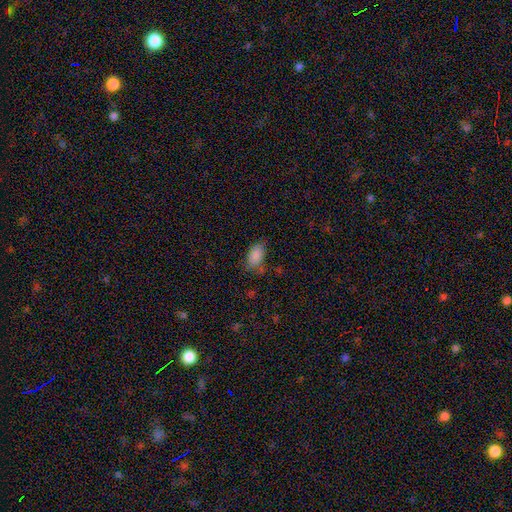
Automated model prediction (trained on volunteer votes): Smooth or featured? smooth (87%)
How rounded? in between (93%)
Merging? none (68%)